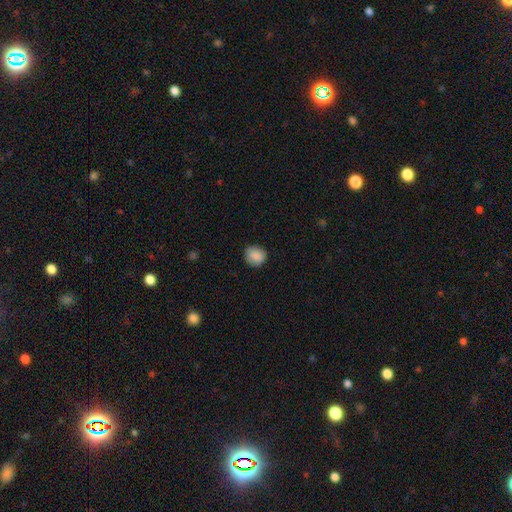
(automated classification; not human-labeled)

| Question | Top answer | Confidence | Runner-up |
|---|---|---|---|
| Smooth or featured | smooth | 88% | star or artifact (8%) |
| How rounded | round | 84% | in between (16%) |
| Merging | none | 84% | minor disturbance (12%) |